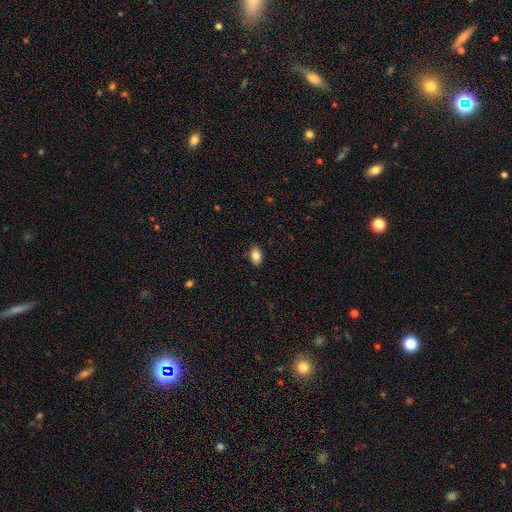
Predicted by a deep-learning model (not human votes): The model was most divided on "smooth or featured": smooth: 84%, featured or disk: 8%, star or artifact: 8%. More confident: how rounded — in between (89%); merging — none (86%).